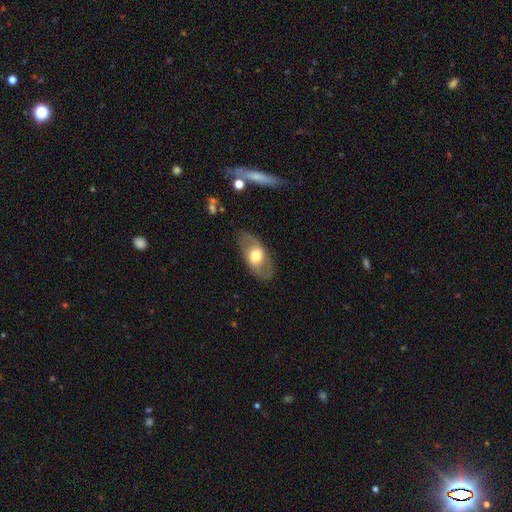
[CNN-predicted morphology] Overall: featured or disk (48%; smooth 46%). Merging: none (81%).